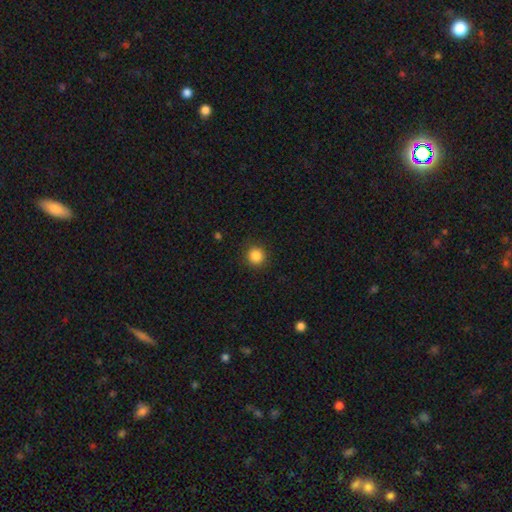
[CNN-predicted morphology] type=smooth (86%); roundness=round (94%); merging=none (91%).